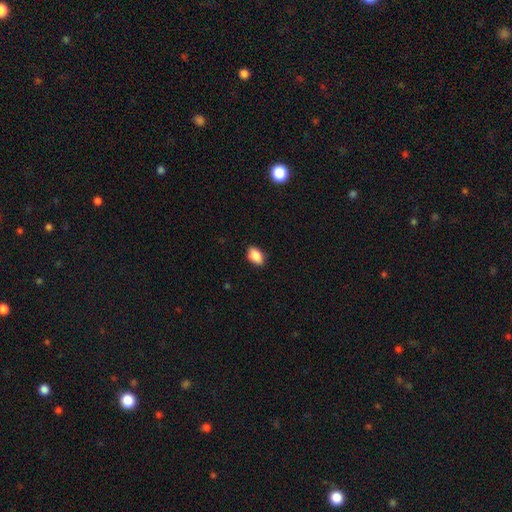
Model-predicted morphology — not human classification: type=smooth (88%); roundness=in between (88%); merging=none (87%).